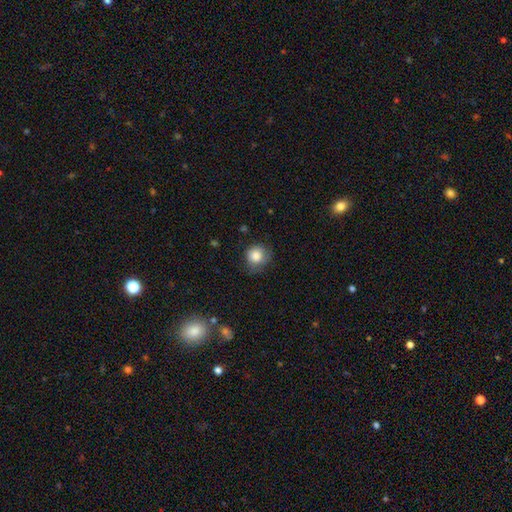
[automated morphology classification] A smooth galaxy with no disk features (84%) that is round (86%).

Vote fractions:
- Smooth or featured? smooth: 84% / star or artifact: 9% / featured or disk: 7%
- How rounded? round: 86% / in between: 13% / cigar-shaped: 1%
- Merging? none: 61% / minor disturbance: 29% / major disturbance: 9% / merger: 2%